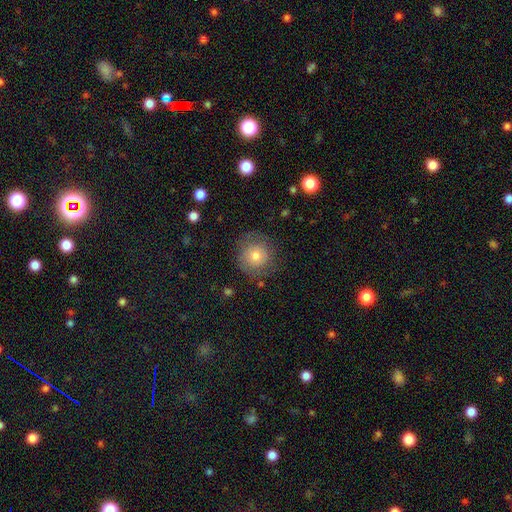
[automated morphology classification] A smooth galaxy with no disk features (68%) that is round (93%).

Vote fractions:
- Smooth or featured? smooth: 68% / featured or disk: 21% / star or artifact: 10%
- How rounded? round: 93% / in between: 6% / cigar-shaped: 1%
- Merging? none: 76% / minor disturbance: 15% / major disturbance: 7% / merger: 1%